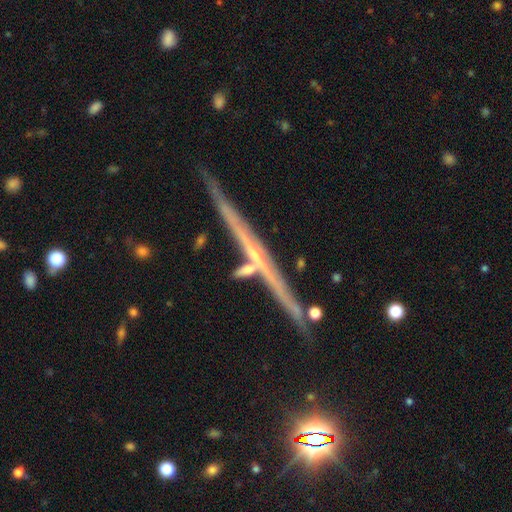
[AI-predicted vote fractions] Smooth or featured: featured or disk — 77% (smooth — 15%)
Edge-on disk: yes — 98% (no — 2%)
Edge-on bulge: none — 63% (rounded — 32%)
Merging: none — 86% (minor disturbance — 8%)